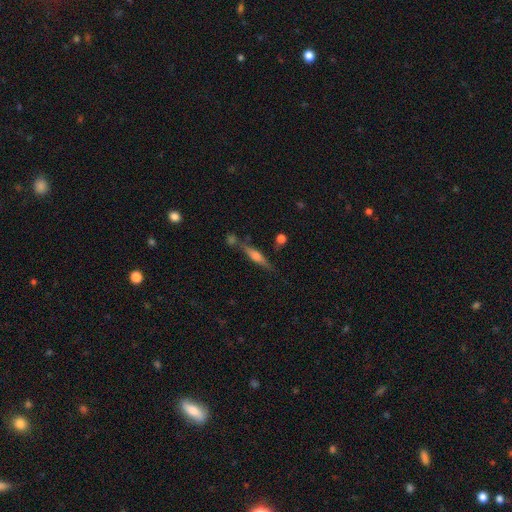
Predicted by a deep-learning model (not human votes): featured or disk 67%, smooth 25%, star or artifact 8%. Down the decision tree: edge-on disk — yes (96%); edge-on bulge — rounded (79%); merging — none (76%).